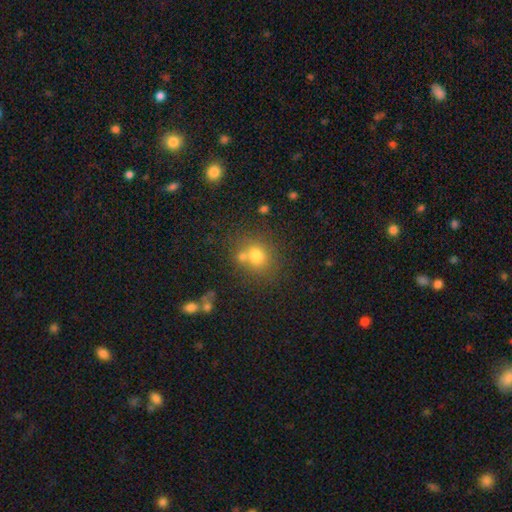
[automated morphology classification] A smooth galaxy with no disk features (74%) that is round (73%).

Vote fractions:
- Smooth or featured? smooth: 74% / star or artifact: 15% / featured or disk: 11%
- How rounded? round: 73% / in between: 26% / cigar-shaped: 1%
- Merging? none: 60% / merger: 24% / minor disturbance: 12% / major disturbance: 4%